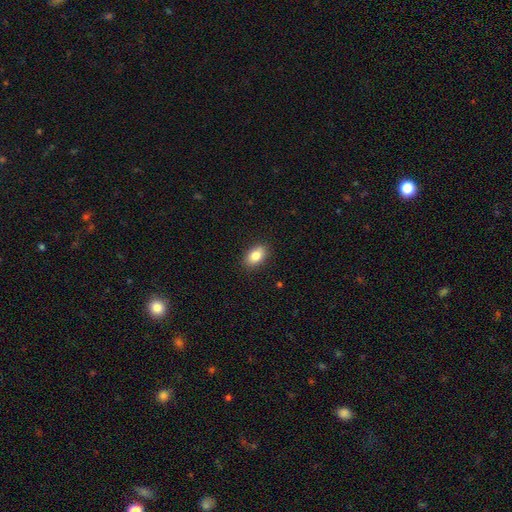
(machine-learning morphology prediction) Smooth or featured?
  - smooth: 84% *
  - featured or disk: 8%
  - star or artifact: 8%
How rounded?
  - in between: 86% *
  - round: 12%
  - cigar-shaped: 2%
Merging?
  - none: 88% *
  - minor disturbance: 9%
  - major disturbance: 2%
  - merger: 1%